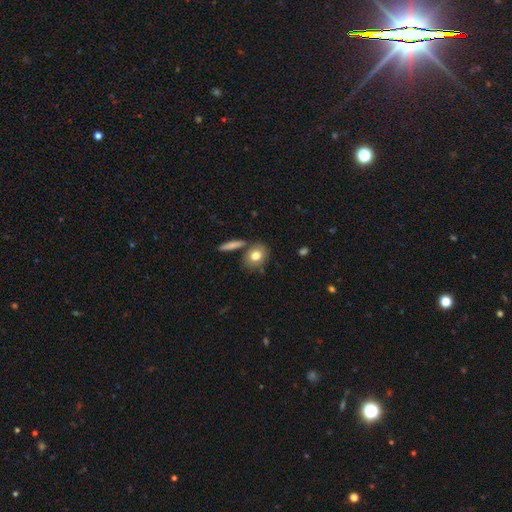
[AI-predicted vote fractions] This appears to be a smooth galaxy with no disk features (78%) that is round (54%). Merging: none (69%).